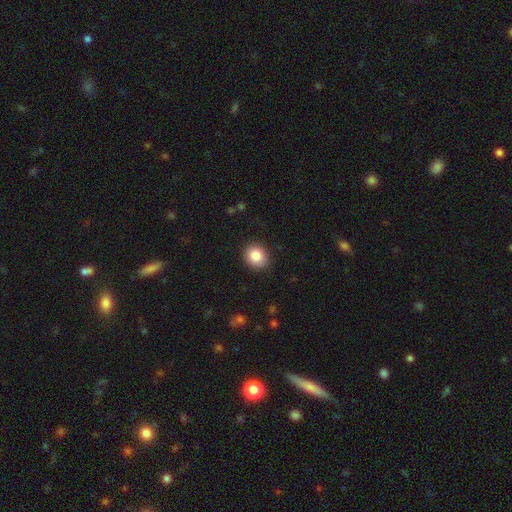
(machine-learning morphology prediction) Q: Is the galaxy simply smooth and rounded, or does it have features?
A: smooth — 86%.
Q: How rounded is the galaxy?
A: round — 70%.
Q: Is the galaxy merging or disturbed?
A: none — 88%.